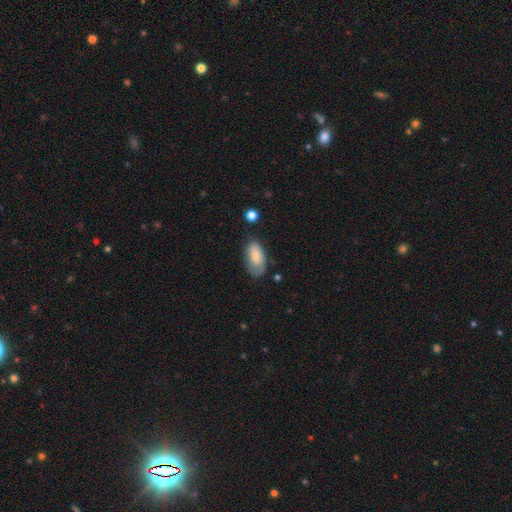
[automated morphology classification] Q: Smooth or featured?
A: smooth (72%); runner-up: featured or disk (21%)
Q: How rounded?
A: in between (93%); runner-up: cigar-shaped (4%)
Q: Merging?
A: none (57%); runner-up: minor disturbance (29%)